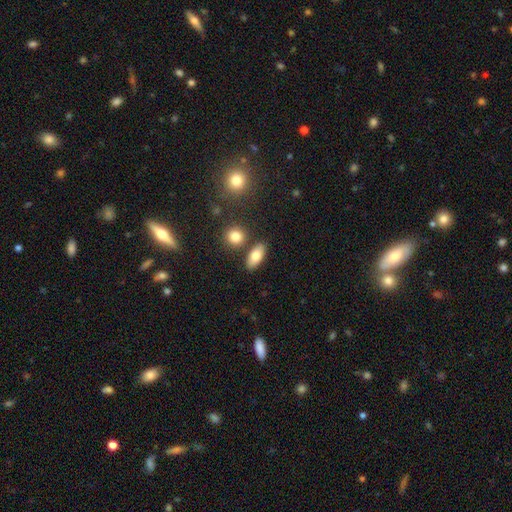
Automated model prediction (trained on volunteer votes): A smooth galaxy with no disk features (79%) that is in between round and cigar-shaped (84%).

Vote fractions:
- Smooth or featured? smooth: 79% / featured or disk: 13% / star or artifact: 8%
- How rounded? in between: 84% / cigar-shaped: 10% / round: 6%
- Merging? none: 79% / minor disturbance: 10% / merger: 9% / major disturbance: 3%